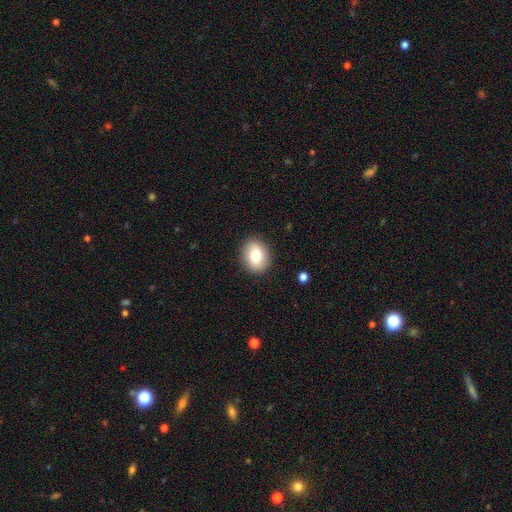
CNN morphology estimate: type=smooth (77%); roundness=in between (53%); merging=none (89%).